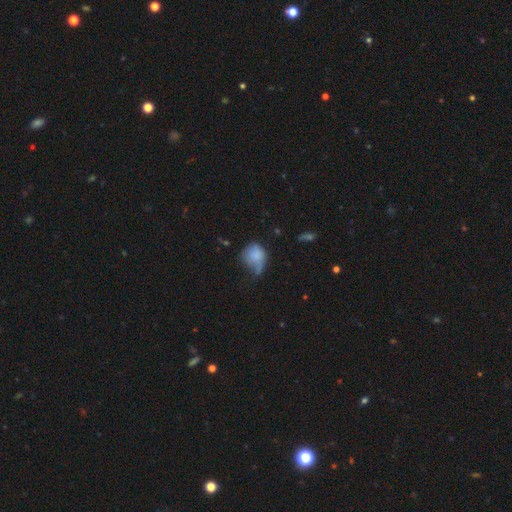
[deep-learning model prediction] A smooth galaxy with no disk features (76%) that is round (66%).

Vote fractions:
- Smooth or featured? smooth: 76% / featured or disk: 15% / star or artifact: 9%
- How rounded? round: 66% / in between: 33% / cigar-shaped: 1%
- Merging? minor disturbance: 35% / none: 31% / major disturbance: 25% / merger: 9%